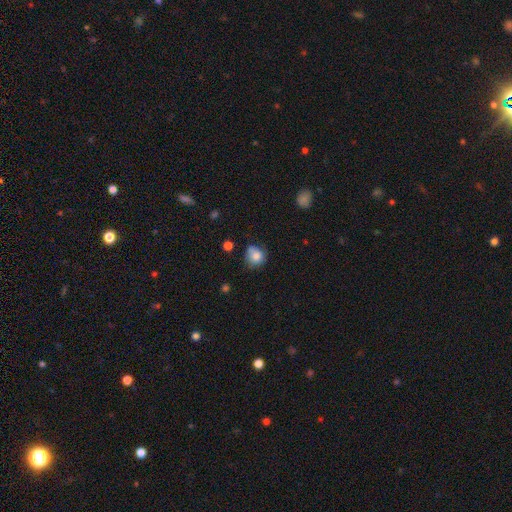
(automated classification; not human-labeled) Smooth or featured: smooth — 80% (featured or disk — 10%)
How rounded: round — 78% (in between — 21%)
Merging: none — 55% (minor disturbance — 32%)